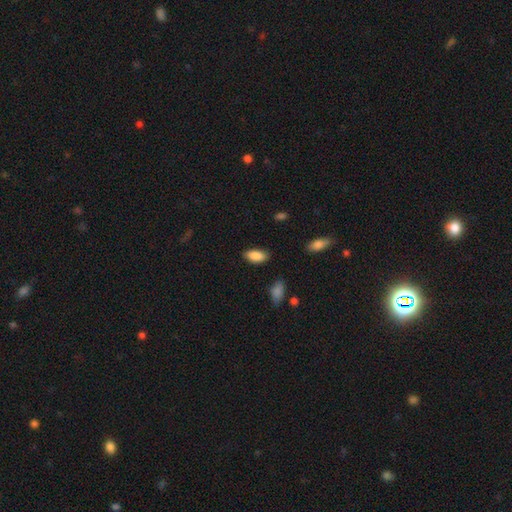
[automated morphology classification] Overall: smooth (88%). How rounded: in between (91%). Merging: none (83%).